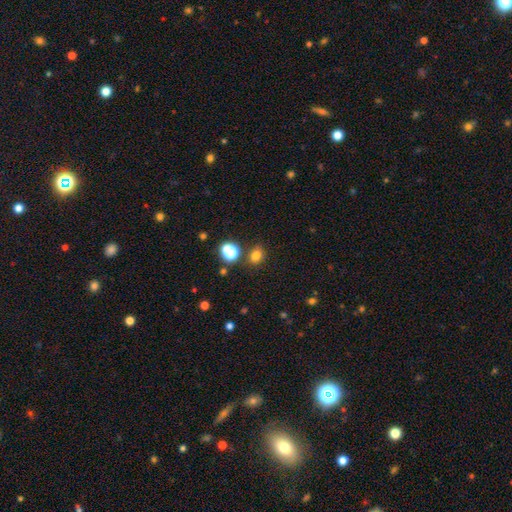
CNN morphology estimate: This is likely a smooth galaxy (75%). How rounded: possibly round (53%). Merging: likely none (77%).